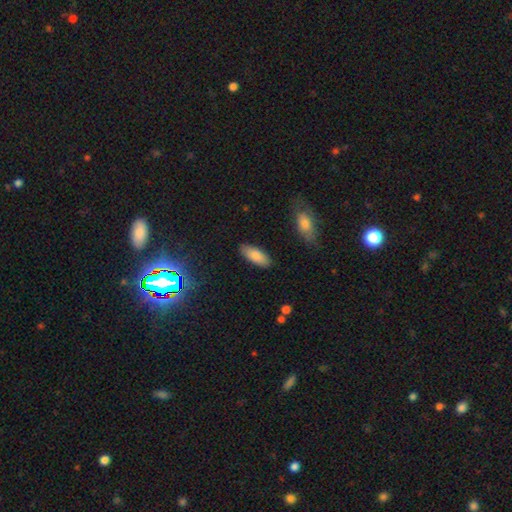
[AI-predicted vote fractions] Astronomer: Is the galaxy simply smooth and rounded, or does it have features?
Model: smooth — 85%.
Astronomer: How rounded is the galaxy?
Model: in between — 78%.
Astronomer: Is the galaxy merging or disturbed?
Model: none — 87%.